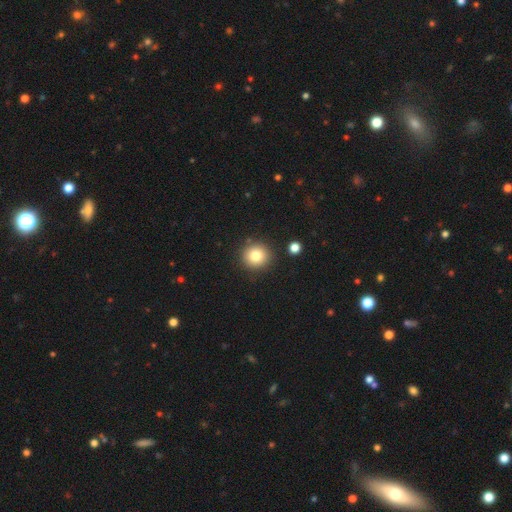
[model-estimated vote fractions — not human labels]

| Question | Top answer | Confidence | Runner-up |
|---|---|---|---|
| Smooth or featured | smooth | 79% | star or artifact (12%) |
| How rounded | round | 93% | in between (6%) |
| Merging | none | 88% | minor disturbance (6%) |